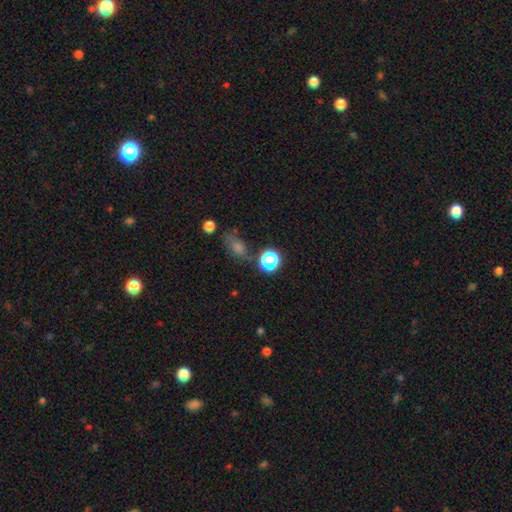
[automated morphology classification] Smooth or featured?
  - star or artifact: 55% *
  - smooth: 29%
  - featured or disk: 17%